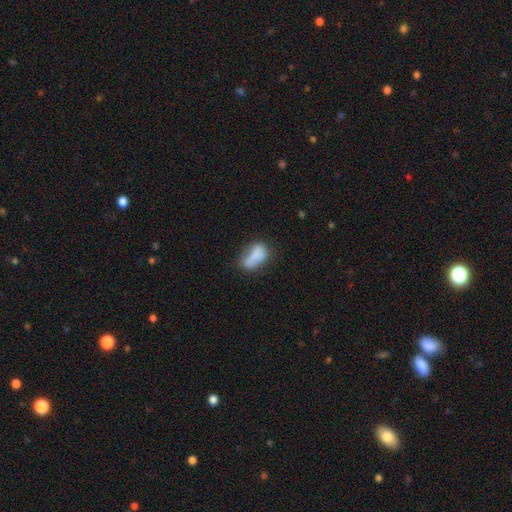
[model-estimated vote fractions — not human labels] smooth-or-featured: smooth: 77% | featured or disk: 14% | star or artifact: 9%
  how-rounded: in between: 82% | cigar-shaped: 12% | round: 6%
  merging: none: 46% | minor disturbance: 29% | major disturbance: 15% | merger: 11%